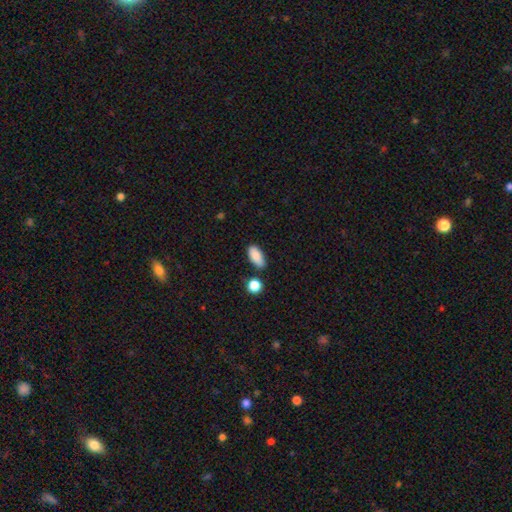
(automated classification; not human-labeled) smooth-or-featured: smooth: 85% | featured or disk: 8% | star or artifact: 7%
  how-rounded: in between: 89% | cigar-shaped: 7% | round: 4%
  merging: none: 77% | minor disturbance: 15% | merger: 6% | major disturbance: 3%